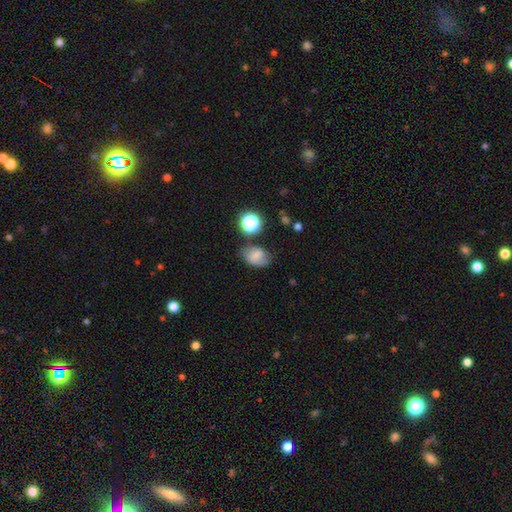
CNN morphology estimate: Overall: smooth (65%). How rounded: in between (72%). Merging: none (66%).